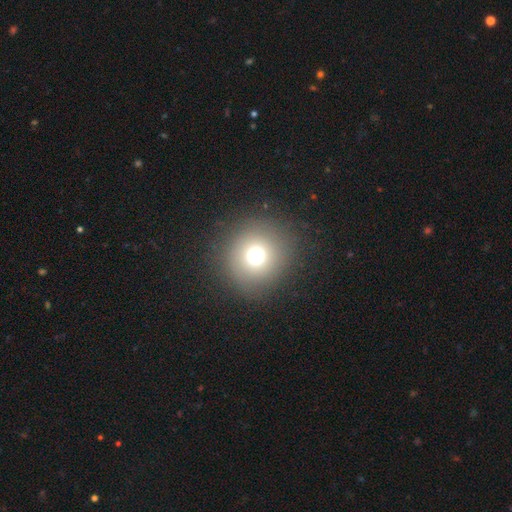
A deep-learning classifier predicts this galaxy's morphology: Smooth or featured: smooth — 71% (star or artifact — 18%)
How rounded: round — 93% (in between — 6%)
Merging: none — 87% (minor disturbance — 7%)